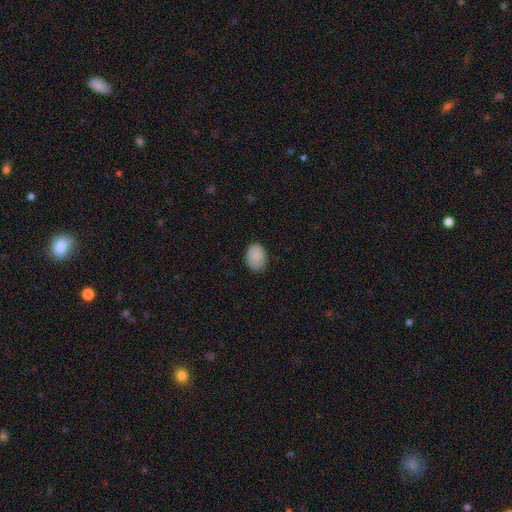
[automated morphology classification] The model was most divided on "how rounded": in between: 73%, round: 26%, cigar-shaped: 1%. More confident: smooth or featured — smooth (87%); merging — none (79%).